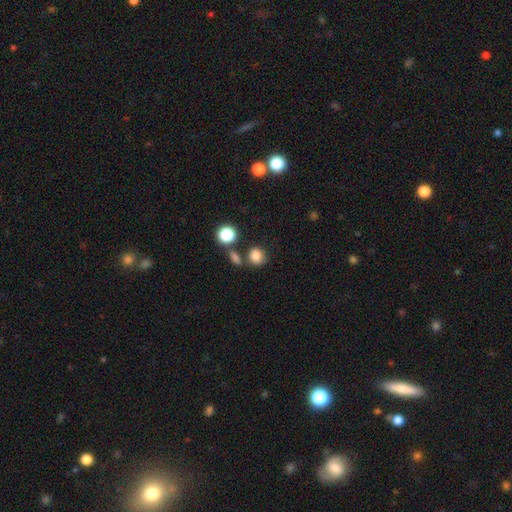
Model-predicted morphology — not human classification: This is clearly a smooth galaxy (83%). How rounded: likely round (78%). Merging: likely none (69%).